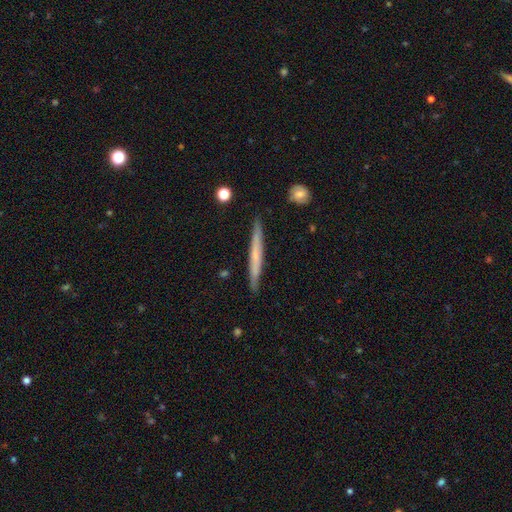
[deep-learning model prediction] Smooth or featured?
  - smooth: 49% *
  - featured or disk: 45%
  - star or artifact: 6%
Merging?
  - none: 89% *
  - minor disturbance: 8%
  - major disturbance: 1%
  - merger: 1%